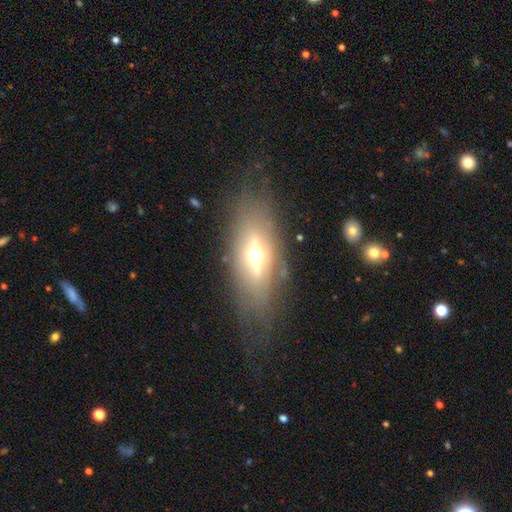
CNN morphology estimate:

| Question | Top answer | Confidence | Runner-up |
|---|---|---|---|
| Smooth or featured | featured or disk | 58% | smooth (32%) |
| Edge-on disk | yes | 53% | no (47%) |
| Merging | none | 63% | minor disturbance (19%) |